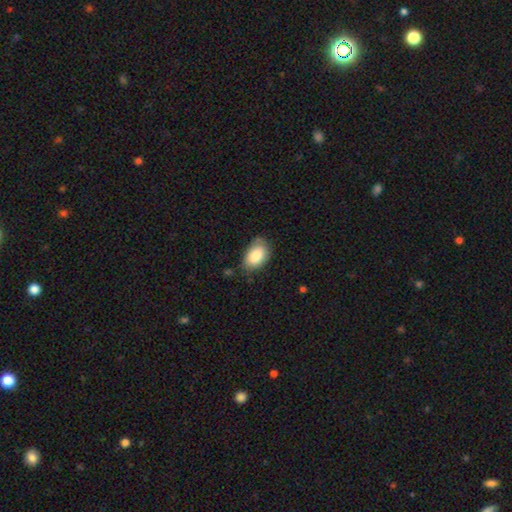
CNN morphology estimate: A smooth galaxy with no disk features (86%) that is in between round and cigar-shaped (92%).

Vote fractions:
- Smooth or featured? smooth: 86% / featured or disk: 8% / star or artifact: 7%
- How rounded? in between: 92% / round: 6% / cigar-shaped: 1%
- Merging? none: 70% / minor disturbance: 24% / major disturbance: 4% / merger: 2%